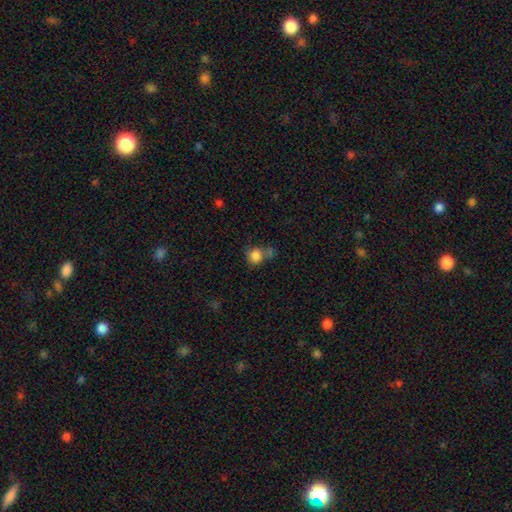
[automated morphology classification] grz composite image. It shows a smooth galaxy with no disk features (83%) that is round (79%). Merging: none (44%).